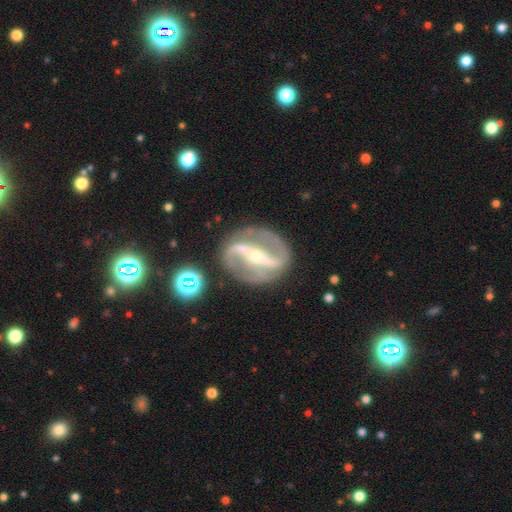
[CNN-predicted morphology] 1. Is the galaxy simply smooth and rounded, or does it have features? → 89% featured or disk, 6% smooth, 5% star or artifact.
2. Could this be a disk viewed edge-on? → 94% no, 6% yes.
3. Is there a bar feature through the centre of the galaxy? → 77% strong, 14% weak, 9% no.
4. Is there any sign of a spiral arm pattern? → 90% yes, 10% no.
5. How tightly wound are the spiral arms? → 46% medium, 29% tight, 25% loose.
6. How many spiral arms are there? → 91% 2, 4% can't tell, 2% 3, 2% 1, 1% 4, 1% more than 4.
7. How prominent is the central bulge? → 65% small, 31% moderate, 2% large, 1% none, 1% dominant.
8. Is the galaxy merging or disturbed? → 81% none, 11% minor disturbance, 5% major disturbance, 2% merger.